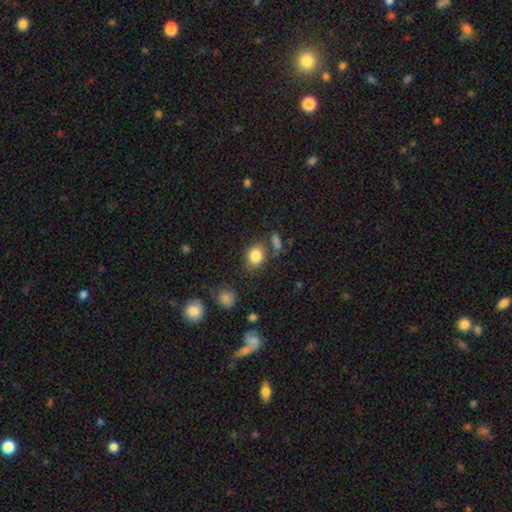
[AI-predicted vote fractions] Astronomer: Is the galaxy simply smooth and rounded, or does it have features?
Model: smooth — 84%.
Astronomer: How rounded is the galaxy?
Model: in between — 53% (runner-up: round, 46%).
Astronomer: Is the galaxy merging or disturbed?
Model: none — 73%.